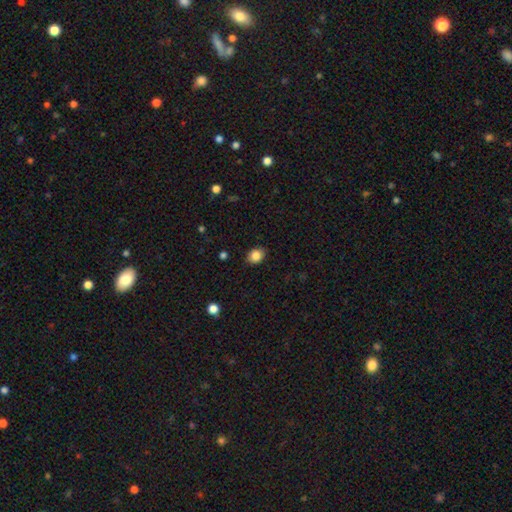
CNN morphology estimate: type=smooth (86%); roundness=round (50%); merging=none (88%).